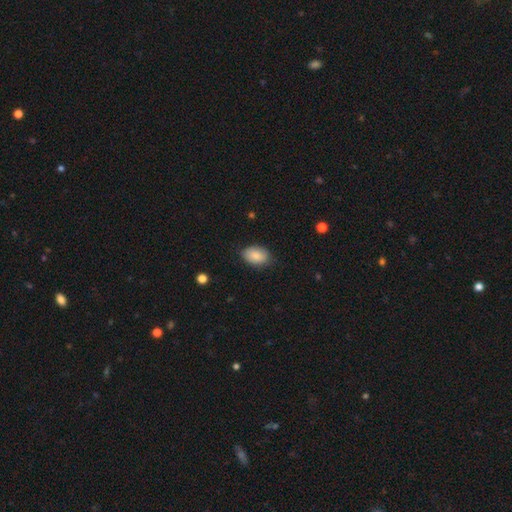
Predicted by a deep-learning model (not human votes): Smooth or featured: smooth — 85% (featured or disk — 8%)
How rounded: in between — 88% (round — 11%)
Merging: none — 78% (minor disturbance — 17%)